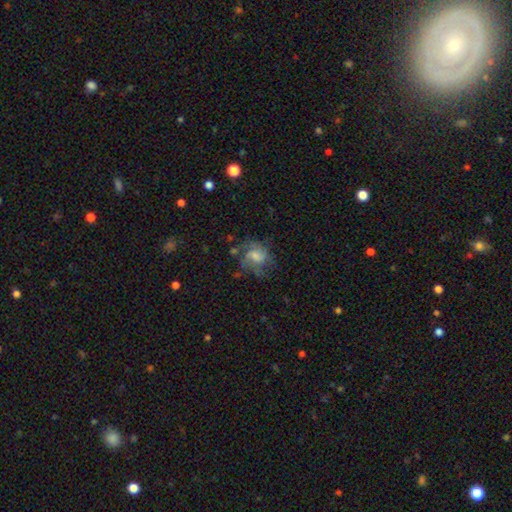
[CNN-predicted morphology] This is possibly a featured or disk galaxy (54%). It is clearly not viewed edge-on (97%). Bar: possibly no (54%). Spiral arm pattern: likely yes (75%). Central bulge: marginally moderate (40%). Merging: possibly none (54%).